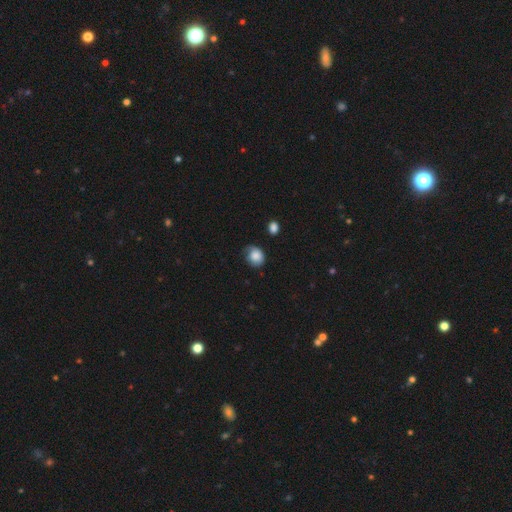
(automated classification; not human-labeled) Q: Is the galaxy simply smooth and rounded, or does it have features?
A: smooth — 81%.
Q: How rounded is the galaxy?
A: round — 63%.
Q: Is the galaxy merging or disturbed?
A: none — 50%.